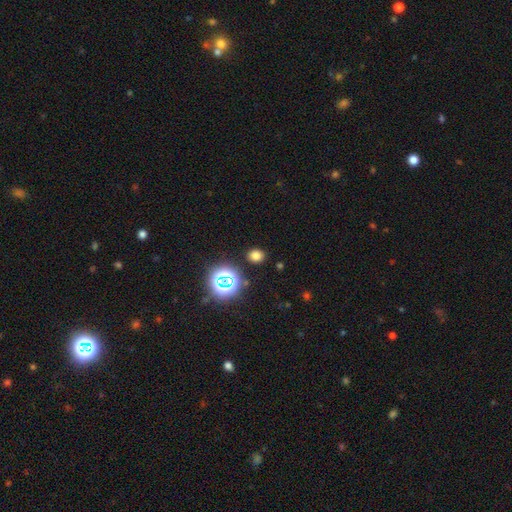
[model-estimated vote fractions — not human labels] smooth-or-featured: smooth: 73% | star or artifact: 22% | featured or disk: 5%
  how-rounded: round: 59% | in between: 40% | cigar-shaped: 1%
  merging: none: 87% | minor disturbance: 8% | major disturbance: 3% | merger: 2%